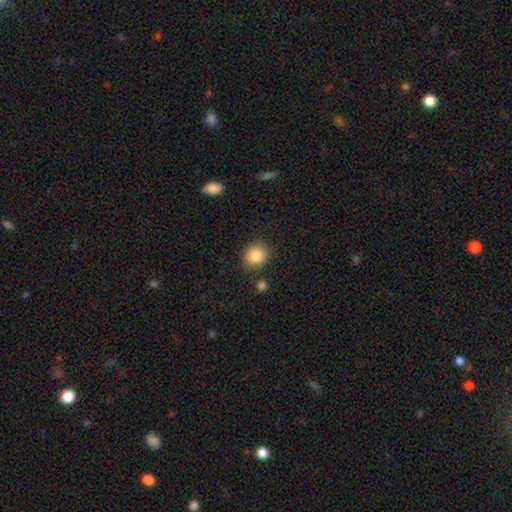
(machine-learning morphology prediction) Smooth or featured?
  - smooth: 85% *
  - star or artifact: 9%
  - featured or disk: 6%
How rounded?
  - round: 72% *
  - in between: 28%
  - cigar-shaped: 1%
Merging?
  - none: 84% *
  - minor disturbance: 10%
  - merger: 4%
  - major disturbance: 3%